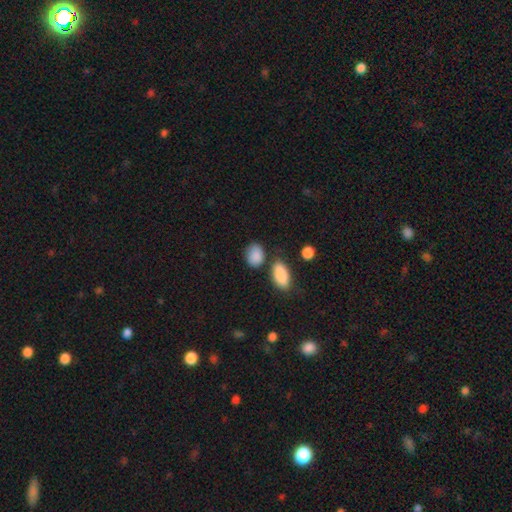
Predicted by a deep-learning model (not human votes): Q: Smooth or featured?
A: smooth (88%); runner-up: star or artifact (7%)
Q: How rounded?
A: in between (73%); runner-up: round (26%)
Q: Merging?
A: none (65%); runner-up: minor disturbance (18%)